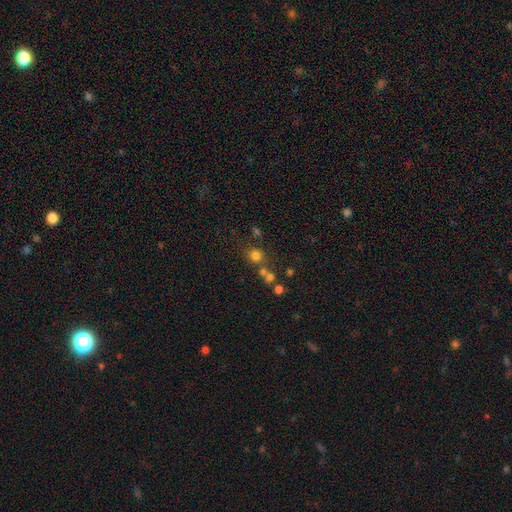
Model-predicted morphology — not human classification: smooth 73%, star or artifact 18%, featured or disk 8%. Down the decision tree: how rounded — round (84%); merging — none (63%).